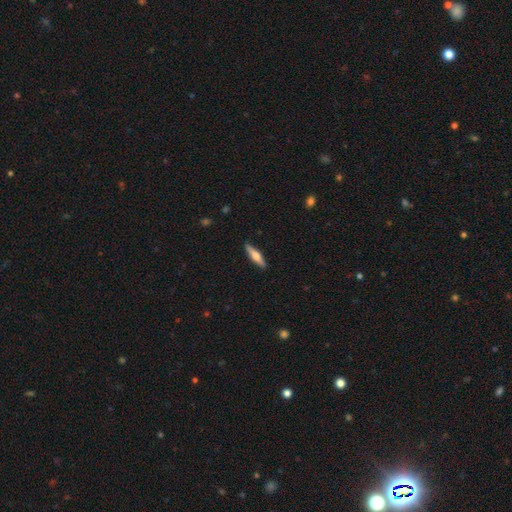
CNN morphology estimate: Smooth or featured? Predicted: smooth (p=0.50). Merging? Predicted: none (p=0.90).